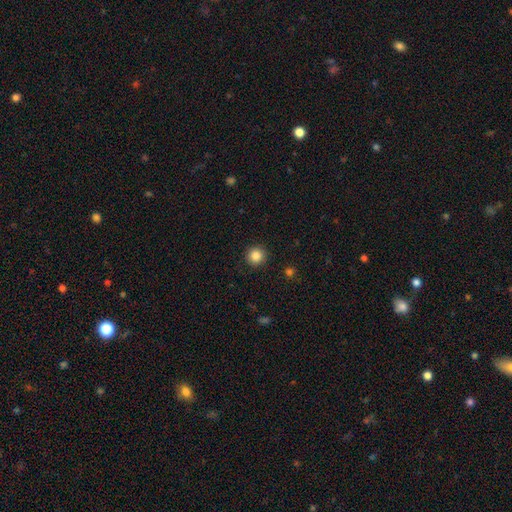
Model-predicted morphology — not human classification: Q: Smooth or featured?
A: smooth (85%); runner-up: star or artifact (11%)
Q: How rounded?
A: round (95%); runner-up: in between (4%)
Q: Merging?
A: none (92%); runner-up: minor disturbance (5%)